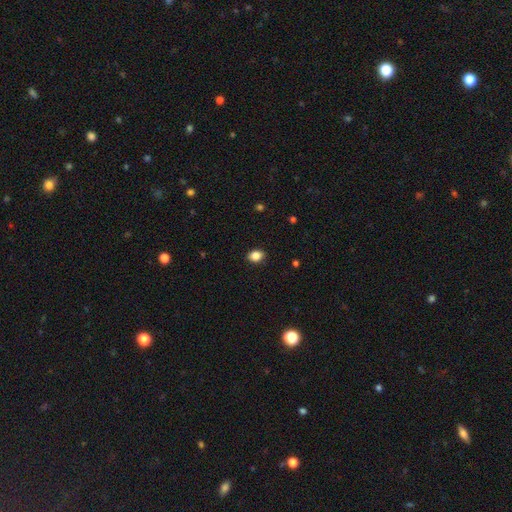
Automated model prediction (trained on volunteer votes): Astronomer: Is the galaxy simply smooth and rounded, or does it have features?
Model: smooth — 86%.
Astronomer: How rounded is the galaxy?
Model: in between — 65%.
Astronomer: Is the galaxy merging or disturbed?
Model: none — 88%.